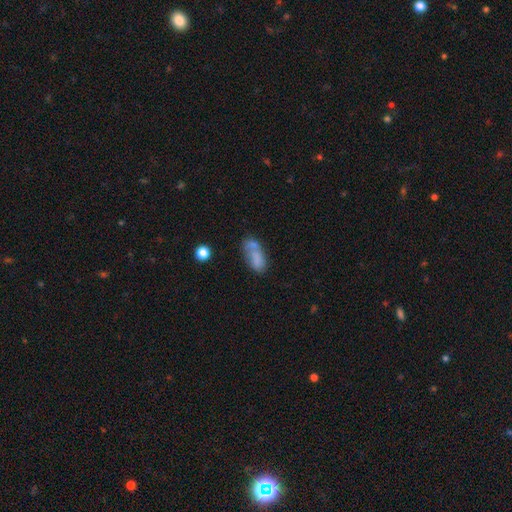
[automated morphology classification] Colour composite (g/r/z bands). It shows a smooth galaxy with no disk features (67%) that is in between round and cigar-shaped (85%). Merging: none (35%).